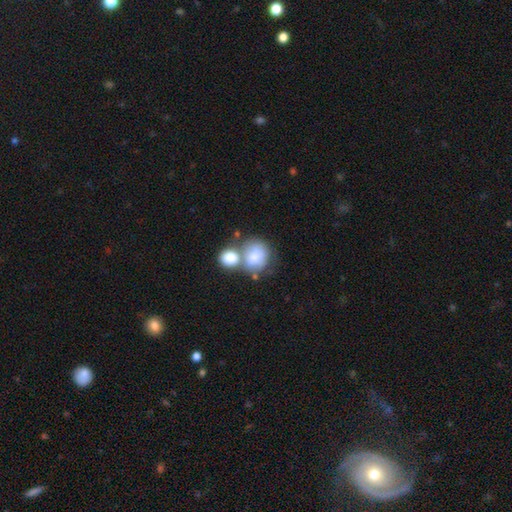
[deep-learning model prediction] This appears to be a smooth galaxy with no disk features (72%) that is round (70%). Merging: merger (54%).